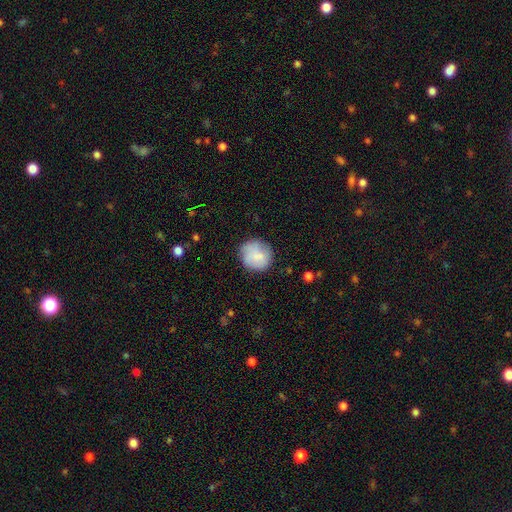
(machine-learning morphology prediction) This appears to be a smooth galaxy with no disk features (77%) that is round (88%). Merging: none (74%).